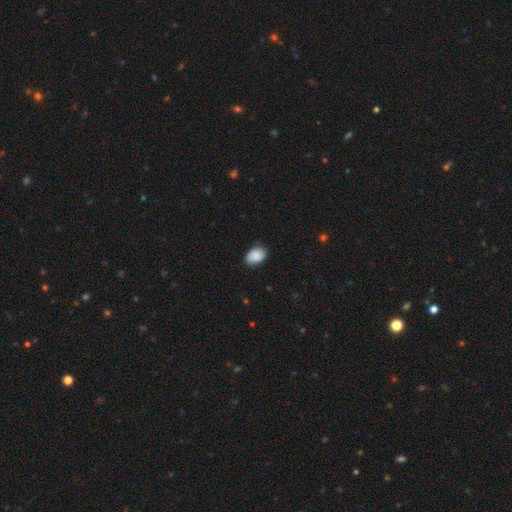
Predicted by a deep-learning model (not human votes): Smooth or featured? smooth (87%)
How rounded? in between (83%)
Merging? none (81%)